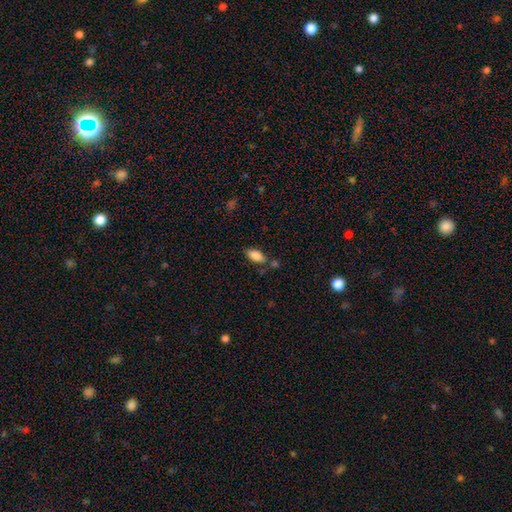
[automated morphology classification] The model was most divided on "merging": none: 71%, minor disturbance: 15%, merger: 10%, major disturbance: 4%. More confident: how rounded — in between (88%); smooth or featured — smooth (84%).